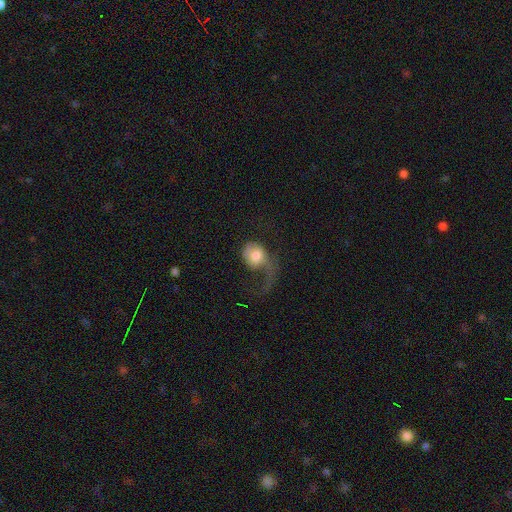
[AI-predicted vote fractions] Smooth or featured? Predicted: smooth (p=0.51). How rounded? Predicted: round (p=0.57). Merging? Predicted: major disturbance (p=0.64).